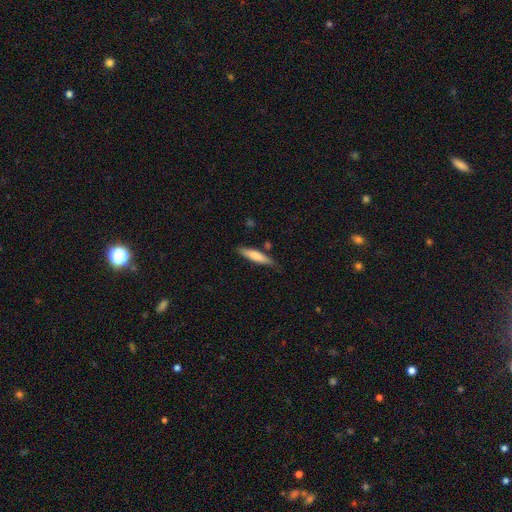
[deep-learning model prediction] A smooth galaxy with no disk features (73%) that is cigar-shaped (82%).

Vote fractions:
- Smooth or featured? smooth: 73% / featured or disk: 22% / star or artifact: 5%
- How rounded? cigar-shaped: 82% / in between: 16% / round: 1%
- Merging? none: 75% / minor disturbance: 17% / merger: 4% / major disturbance: 3%